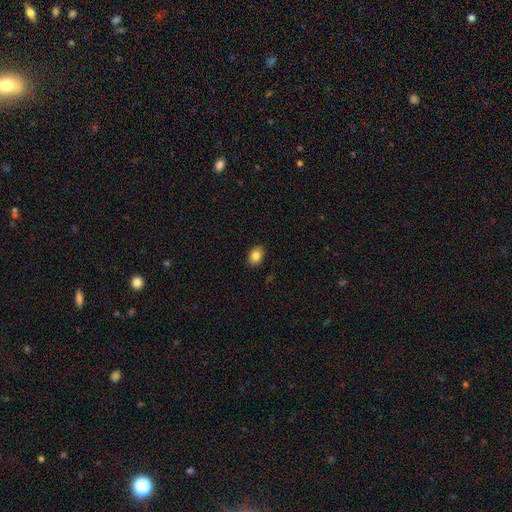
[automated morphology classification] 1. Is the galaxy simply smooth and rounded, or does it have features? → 84% smooth, 8% star or artifact, 7% featured or disk.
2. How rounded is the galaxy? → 75% in between, 24% round, 1% cigar-shaped.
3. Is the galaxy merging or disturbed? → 89% none, 9% minor disturbance, 2% major disturbance, 1% merger.